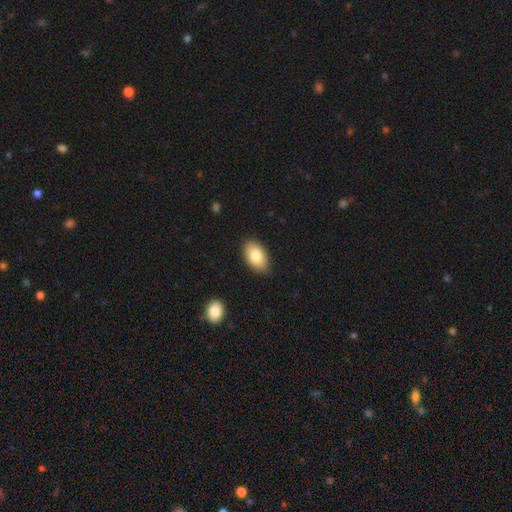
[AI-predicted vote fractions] Smooth or featured: smooth — 83% (featured or disk — 11%)
How rounded: in between — 92% (round — 7%)
Merging: none — 82% (minor disturbance — 15%)